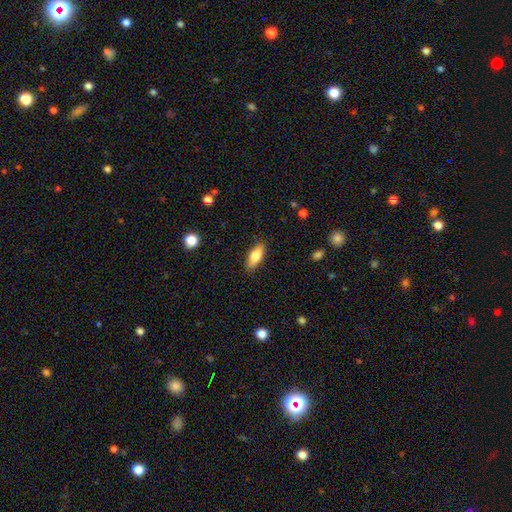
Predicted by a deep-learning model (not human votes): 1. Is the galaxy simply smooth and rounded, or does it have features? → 79% smooth, 14% featured or disk, 7% star or artifact.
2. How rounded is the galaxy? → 76% in between, 22% cigar-shaped, 2% round.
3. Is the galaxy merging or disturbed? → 87% none, 10% minor disturbance, 2% major disturbance, 1% merger.